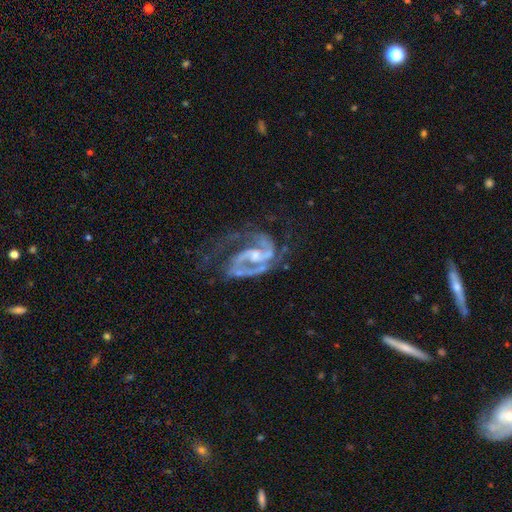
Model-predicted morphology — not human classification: Q: Smooth or featured?
A: featured or disk (91%); runner-up: star or artifact (5%)
Q: Edge-on disk?
A: no (98%); runner-up: yes (2%)
Q: Bar?
A: weak (44%); runner-up: no (36%)
Q: Spiral arms?
A: yes (97%); runner-up: no (3%)
Q: Spiral winding?
A: medium (55%); runner-up: tight (26%)
Q: Spiral arm count?
A: 2 (77%); runner-up: 3 (7%)
Q: Bulge size?
A: small (48%); runner-up: moderate (38%)
Q: Merging?
A: none (43%); runner-up: major disturbance (33%)